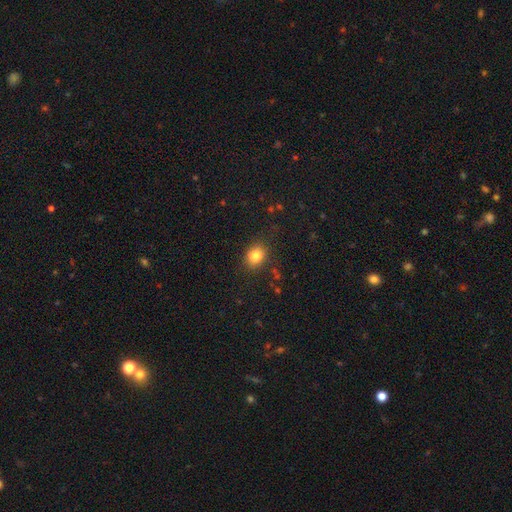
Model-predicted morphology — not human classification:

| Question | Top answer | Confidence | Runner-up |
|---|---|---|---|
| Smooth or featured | smooth | 83% | star or artifact (11%) |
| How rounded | round | 50% | in between (49%) |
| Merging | none | 83% | minor disturbance (12%) |